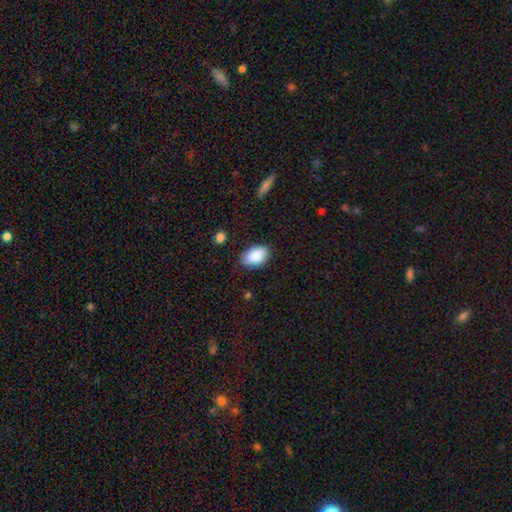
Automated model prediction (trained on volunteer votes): A smooth galaxy with no disk features (88%) that is in between round and cigar-shaped (91%).

Vote fractions:
- Smooth or featured? smooth: 88% / star or artifact: 6% / featured or disk: 5%
- How rounded? in between: 91% / round: 7% / cigar-shaped: 1%
- Merging? none: 80% / minor disturbance: 15% / major disturbance: 3% / merger: 1%